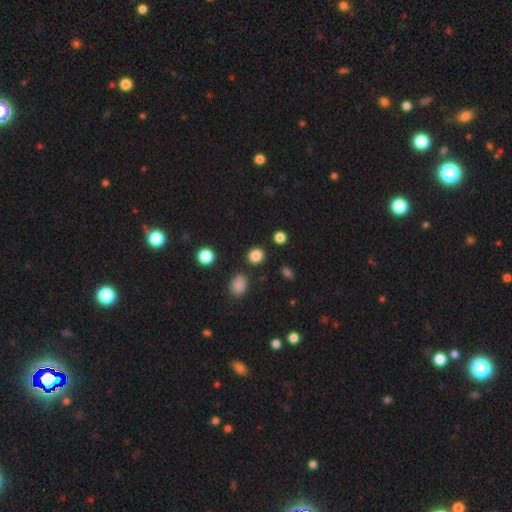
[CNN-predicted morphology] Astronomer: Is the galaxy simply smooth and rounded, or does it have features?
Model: smooth — 83%.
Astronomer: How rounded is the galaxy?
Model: round — 81%.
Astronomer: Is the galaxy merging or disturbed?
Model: none — 88%.